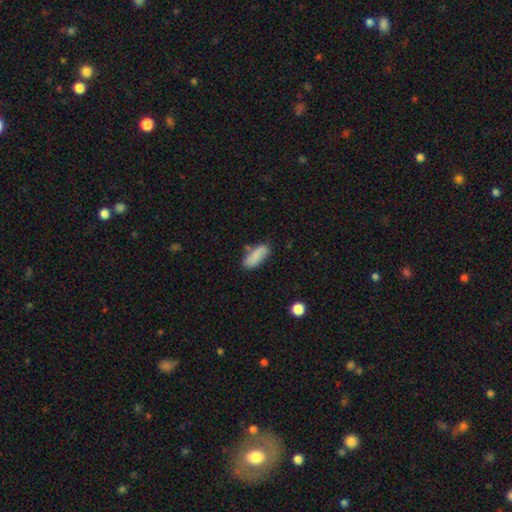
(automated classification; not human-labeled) A smooth galaxy with no disk features (83%) that is in between round and cigar-shaped (76%).

Vote fractions:
- Smooth or featured? smooth: 83% / featured or disk: 10% / star or artifact: 7%
- How rounded? in between: 76% / cigar-shaped: 22% / round: 2%
- Merging? none: 69% / minor disturbance: 20% / merger: 7% / major disturbance: 4%